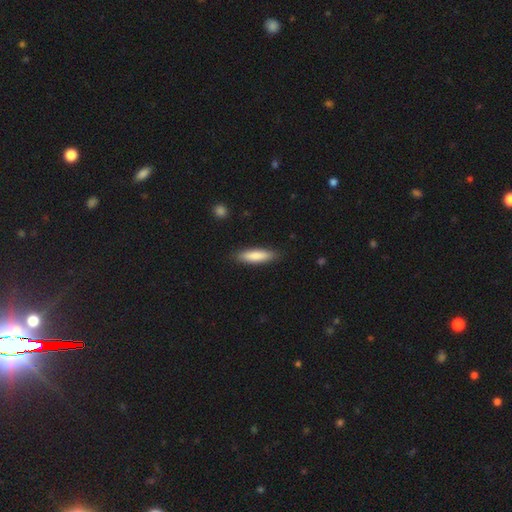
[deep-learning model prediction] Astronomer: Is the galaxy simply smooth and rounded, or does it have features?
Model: smooth — 83%.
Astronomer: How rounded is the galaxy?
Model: cigar-shaped — 68%.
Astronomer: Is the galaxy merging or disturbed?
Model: none — 88%.